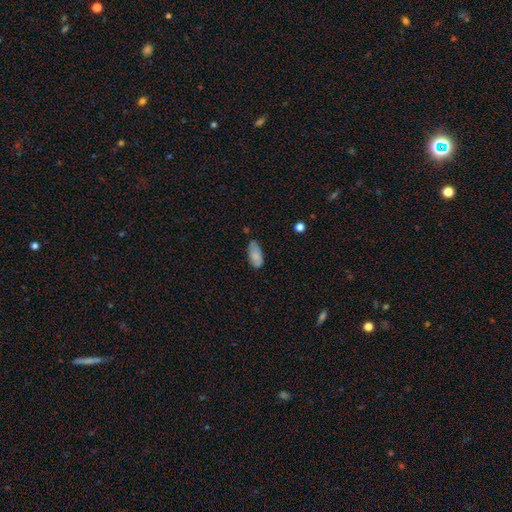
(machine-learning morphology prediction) smooth 80%, featured or disk 13%, star or artifact 7%. Down the decision tree: how rounded — in between (90%); merging — none (61%).